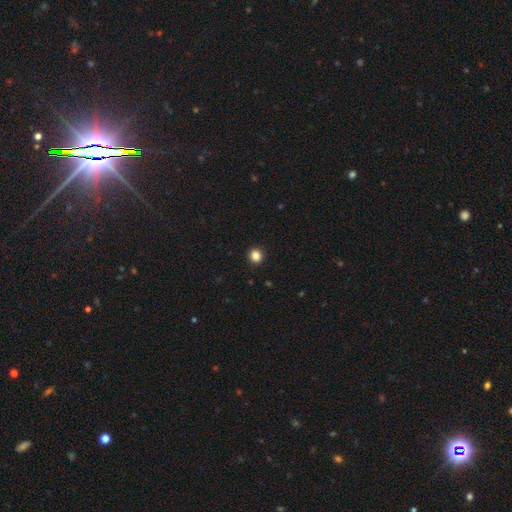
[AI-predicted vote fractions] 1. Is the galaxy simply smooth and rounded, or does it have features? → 85% smooth, 11% star or artifact, 4% featured or disk.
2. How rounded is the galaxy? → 90% round, 9% in between, 1% cigar-shaped.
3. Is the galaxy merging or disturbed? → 93% none, 4% minor disturbance, 1% major disturbance, 1% merger.